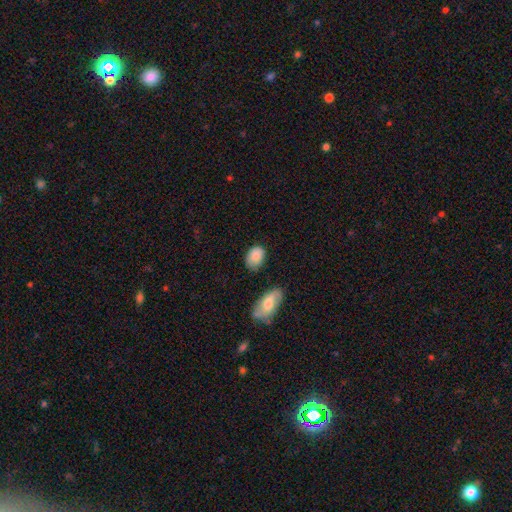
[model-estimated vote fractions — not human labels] Smooth or featured? Predicted: smooth (p=0.82). How rounded? Predicted: in between (p=0.77). Merging? Predicted: none (p=0.72).